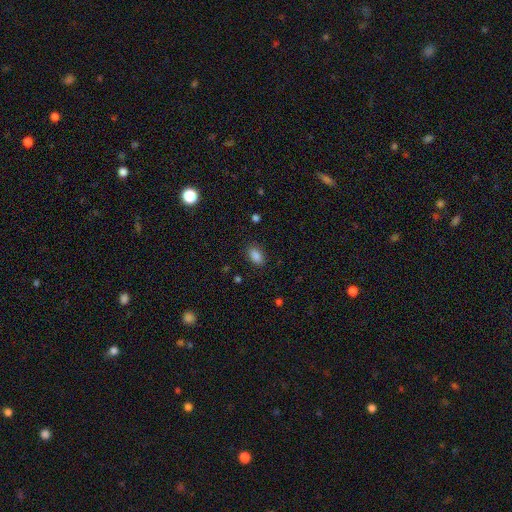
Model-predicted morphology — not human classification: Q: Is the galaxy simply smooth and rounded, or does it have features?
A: smooth — 87%.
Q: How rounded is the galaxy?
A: in between — 90%.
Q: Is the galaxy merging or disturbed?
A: none — 87%.